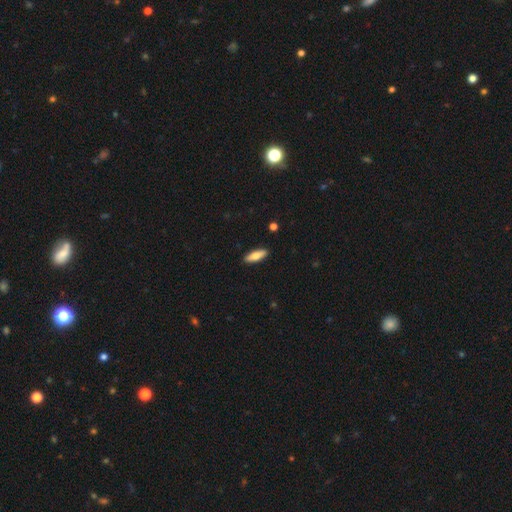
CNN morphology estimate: smooth_or_featured: smooth (p=0.70) [alt: featured or disk p=0.24]
how_rounded: in between (p=0.49) [alt: cigar-shaped p=0.48]
merging: none (p=0.91) [alt: minor disturbance p=0.07]